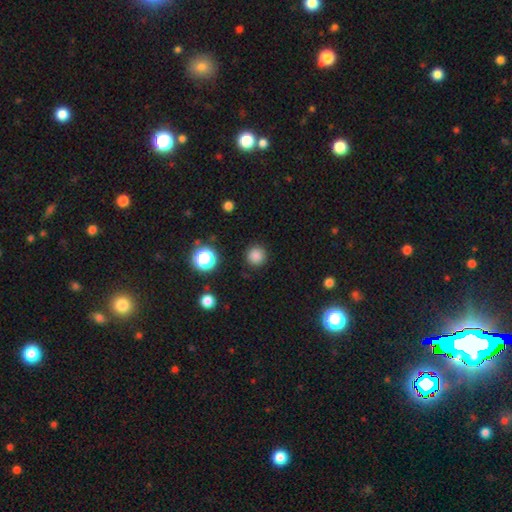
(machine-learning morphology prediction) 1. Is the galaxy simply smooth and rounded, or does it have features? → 83% smooth, 14% star or artifact, 3% featured or disk.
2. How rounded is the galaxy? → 95% round, 4% in between, 1% cigar-shaped.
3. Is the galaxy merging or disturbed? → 90% none, 6% minor disturbance, 2% major disturbance, 1% merger.